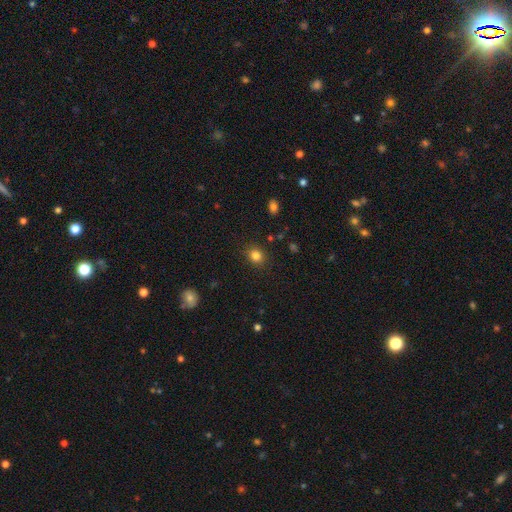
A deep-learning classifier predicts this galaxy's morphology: Smooth or featured?
  - smooth: 83% *
  - star or artifact: 12%
  - featured or disk: 5%
How rounded?
  - round: 68% *
  - in between: 31%
  - cigar-shaped: 1%
Merging?
  - none: 87% *
  - minor disturbance: 9%
  - major disturbance: 3%
  - merger: 1%